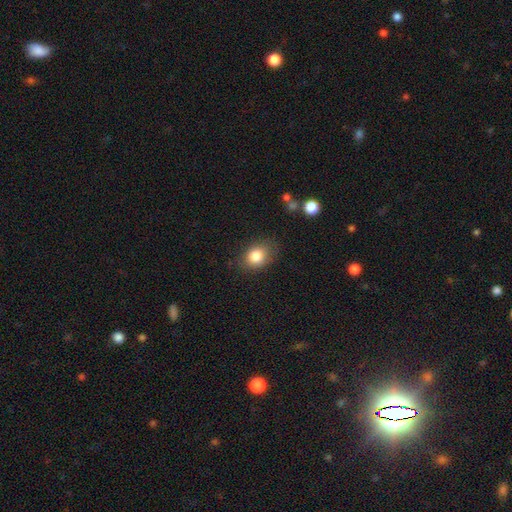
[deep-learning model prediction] A smooth galaxy with no disk features (82%) that is in between round and cigar-shaped (57%).

Vote fractions:
- Smooth or featured? smooth: 82% / star or artifact: 10% / featured or disk: 8%
- How rounded? in between: 57% / round: 42% / cigar-shaped: 1%
- Merging? none: 76% / minor disturbance: 17% / major disturbance: 5% / merger: 2%